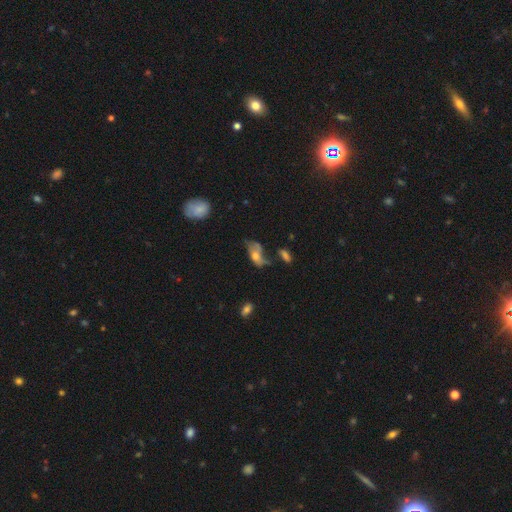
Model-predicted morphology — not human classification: Smooth or featured? featured or disk (45%)
Merging? major disturbance (32%)